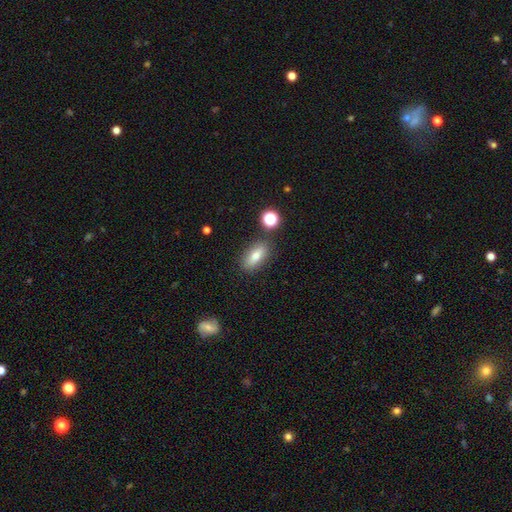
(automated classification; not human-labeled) Smooth or featured?
  - smooth: 75% *
  - featured or disk: 15%
  - star or artifact: 10%
How rounded?
  - in between: 81% *
  - cigar-shaped: 13%
  - round: 6%
Merging?
  - none: 83% *
  - minor disturbance: 10%
  - merger: 4%
  - major disturbance: 3%